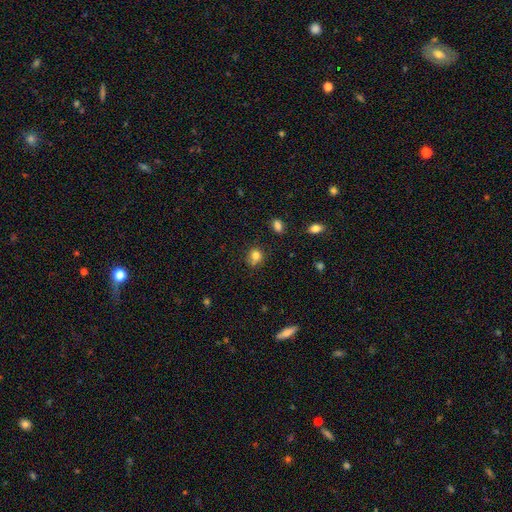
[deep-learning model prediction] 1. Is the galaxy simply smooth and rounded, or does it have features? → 80% smooth, 12% star or artifact, 8% featured or disk.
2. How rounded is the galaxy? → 75% round, 23% in between, 1% cigar-shaped.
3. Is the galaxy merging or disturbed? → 64% none, 21% minor disturbance, 10% merger, 5% major disturbance.